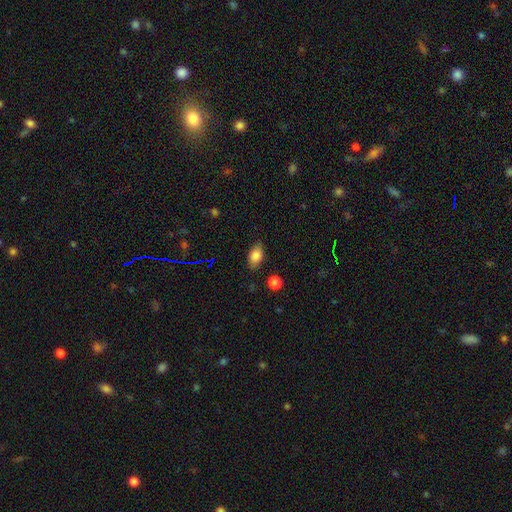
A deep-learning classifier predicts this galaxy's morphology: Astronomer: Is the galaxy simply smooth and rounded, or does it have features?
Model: smooth — 83%.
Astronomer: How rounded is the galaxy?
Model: in between — 86%.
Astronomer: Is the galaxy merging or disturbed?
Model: none — 82%.